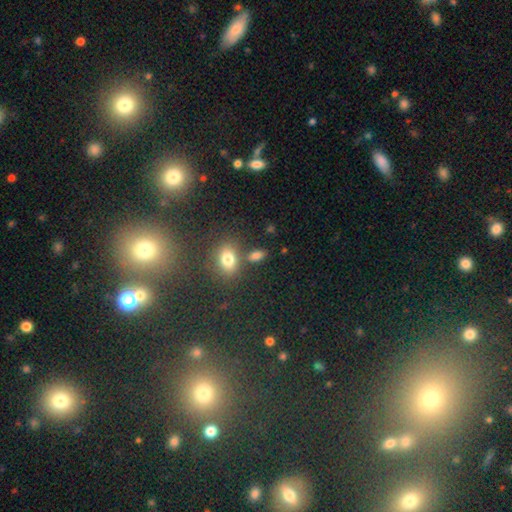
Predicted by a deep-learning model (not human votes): smooth_or_featured: smooth (p=0.78) [alt: star or artifact p=0.14]
how_rounded: in between (p=0.83) [alt: round p=0.12]
merging: none (p=0.70) [alt: merger p=0.14]